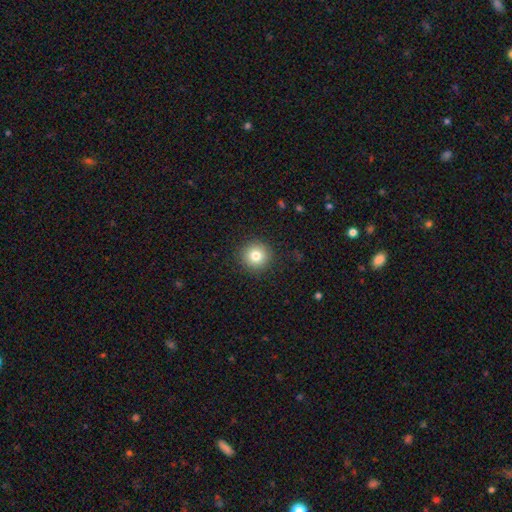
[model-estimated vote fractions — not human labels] Morphology: type=smooth (81%); roundness=round (95%); merging=none (91%).